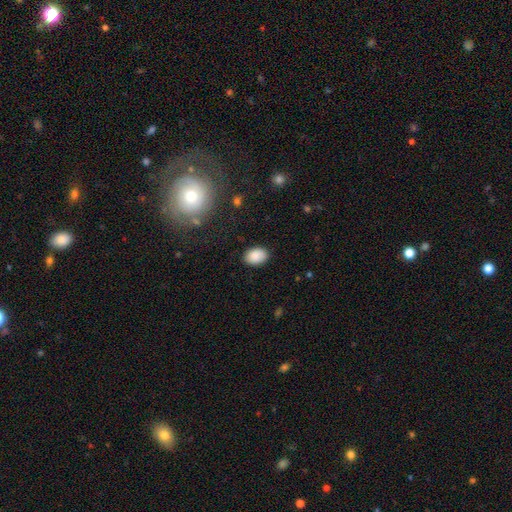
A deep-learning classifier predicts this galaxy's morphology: smooth-or-featured: smooth: 87% | star or artifact: 8% | featured or disk: 5%
  how-rounded: in between: 84% | round: 15% | cigar-shaped: 1%
  merging: none: 86% | minor disturbance: 10% | major disturbance: 2% | merger: 1%